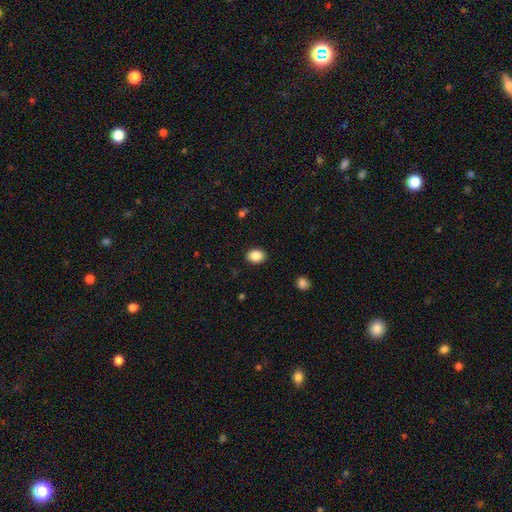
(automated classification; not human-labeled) A smooth galaxy with no disk features (88%) that is in between round and cigar-shaped (69%).

Vote fractions:
- Smooth or featured? smooth: 88% / star or artifact: 8% / featured or disk: 4%
- How rounded? in between: 69% / round: 30% / cigar-shaped: 1%
- Merging? none: 89% / minor disturbance: 8% / major disturbance: 2% / merger: 1%